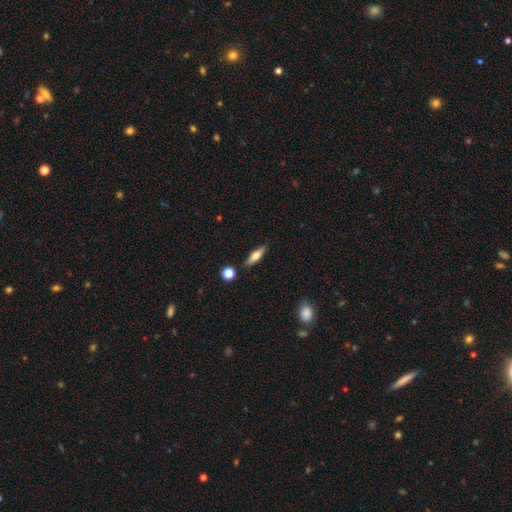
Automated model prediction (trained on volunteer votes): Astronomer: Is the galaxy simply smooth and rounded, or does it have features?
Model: smooth — 52% (runner-up: featured or disk, 41%).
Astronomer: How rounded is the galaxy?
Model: cigar-shaped — 60% (runner-up: in between, 37%).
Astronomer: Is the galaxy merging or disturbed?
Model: none — 85%.